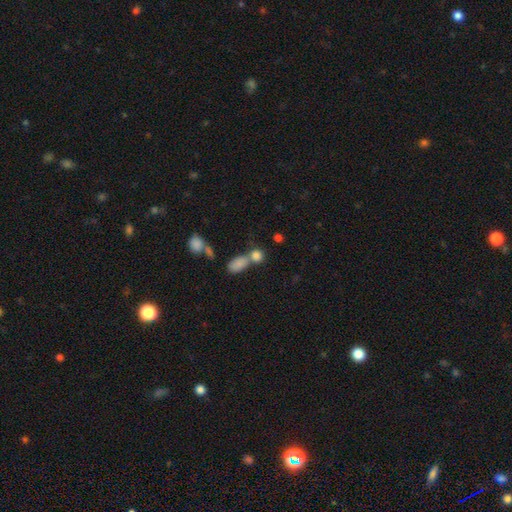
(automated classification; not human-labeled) Smooth or featured? Predicted: smooth (p=0.81). How rounded? Predicted: in between (p=0.50). Merging? Predicted: merger (p=0.47).